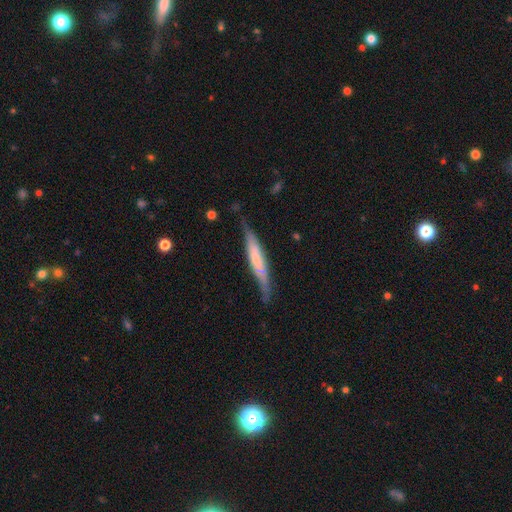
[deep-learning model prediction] The model was most divided on "smooth or featured": featured or disk: 53%, smooth: 41%, star or artifact: 6%. More confident: edge-on disk — yes (87%); merging — none (68%).